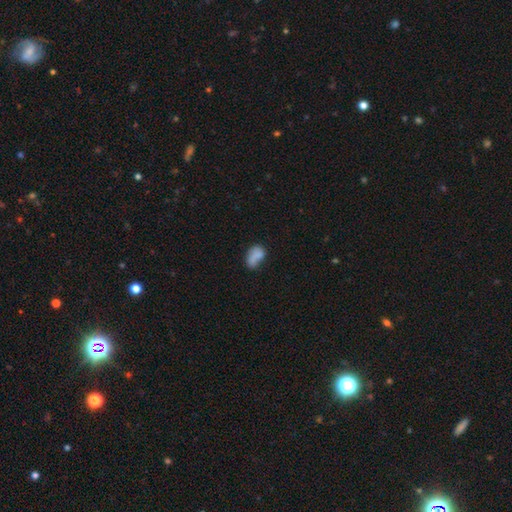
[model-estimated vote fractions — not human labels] Smooth or featured? Predicted: smooth (p=0.75). How rounded? Predicted: in between (p=0.86). Merging? Predicted: none (p=0.38).